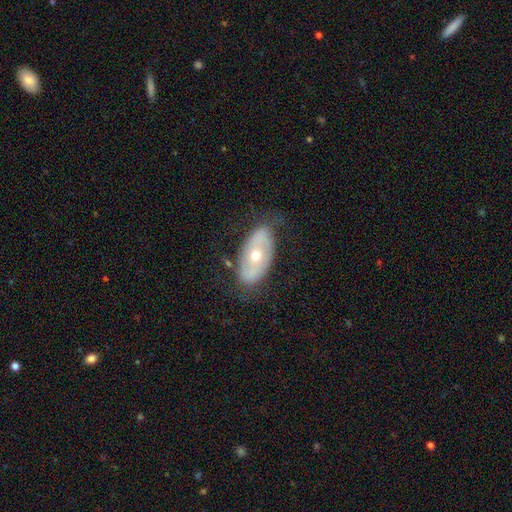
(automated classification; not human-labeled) Morphology: type=featured or disk (60%); edge-on=no (88%); bar=no (73%); spiral arms=no (58%); bulge=moderate (62%); merging=none (70%).